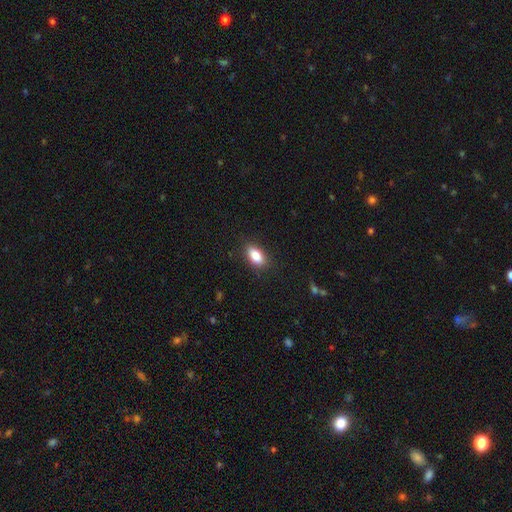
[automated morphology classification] Q: Smooth or featured?
A: smooth (86%); runner-up: star or artifact (8%)
Q: How rounded?
A: in between (89%); runner-up: round (6%)
Q: Merging?
A: none (86%); runner-up: minor disturbance (10%)